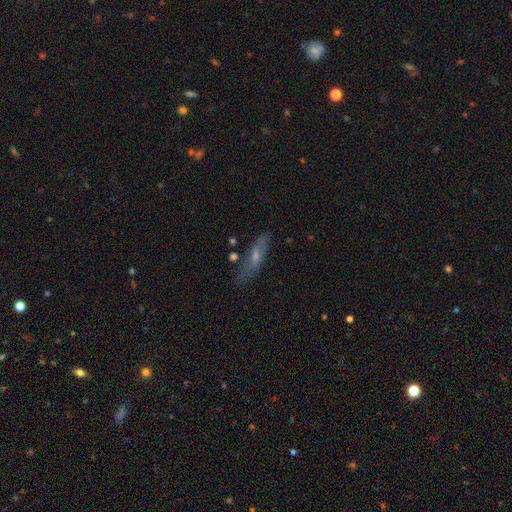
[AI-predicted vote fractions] Smooth or featured? Predicted: featured or disk (p=0.52). Edge-on disk? Predicted: no (p=0.55). Merging? Predicted: none (p=0.69).